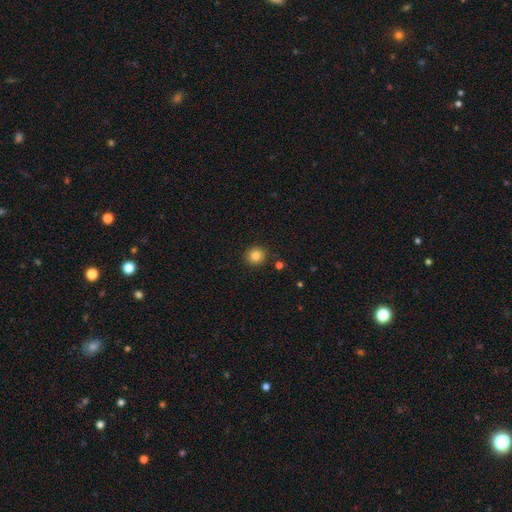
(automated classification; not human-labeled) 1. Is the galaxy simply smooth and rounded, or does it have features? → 85% smooth, 11% star or artifact, 4% featured or disk.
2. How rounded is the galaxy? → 89% round, 10% in between, 1% cigar-shaped.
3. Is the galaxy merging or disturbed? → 89% none, 7% minor disturbance, 2% merger, 2% major disturbance.